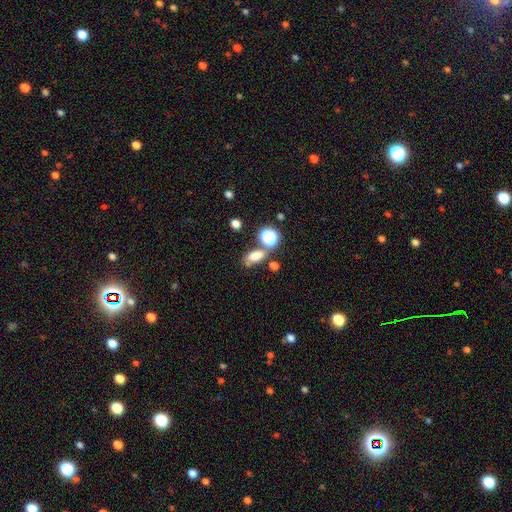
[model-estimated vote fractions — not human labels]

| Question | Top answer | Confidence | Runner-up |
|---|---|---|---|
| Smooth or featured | smooth | 70% | star or artifact (18%) |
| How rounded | in between | 73% | round (18%) |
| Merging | none | 55% | merger (22%) |